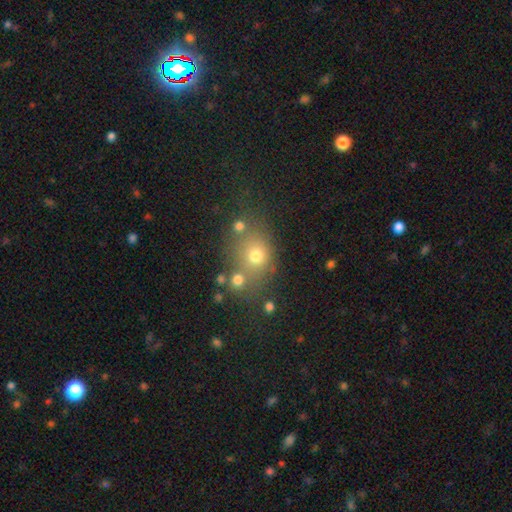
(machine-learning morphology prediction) Overall: smooth (68%). How rounded: round (68%; in between 31%). Merging: none (59%; merger 20%).